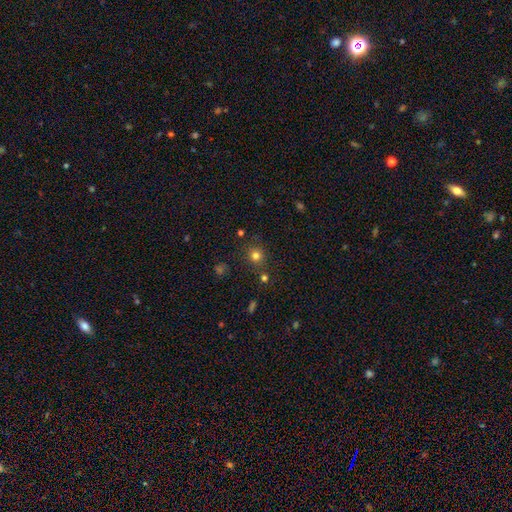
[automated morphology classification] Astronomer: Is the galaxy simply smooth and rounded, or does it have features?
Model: smooth — 77%.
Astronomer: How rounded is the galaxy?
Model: round — 90%.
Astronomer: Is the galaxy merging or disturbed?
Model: none — 83%.